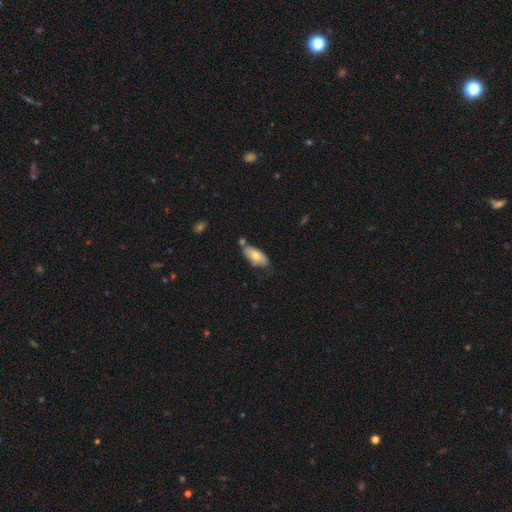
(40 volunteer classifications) This appears to be a smooth galaxy with no disk features (60%) that is in between round and cigar-shaped (92%). Merging: none (71%).